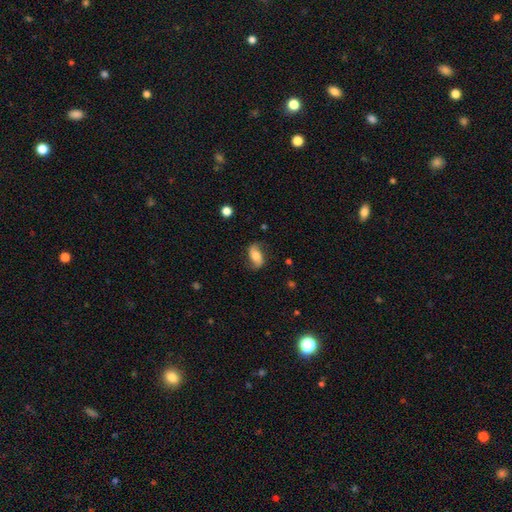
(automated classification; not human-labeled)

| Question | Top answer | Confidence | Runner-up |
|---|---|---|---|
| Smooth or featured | featured or disk | 48% | smooth (44%) |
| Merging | none | 71% | minor disturbance (20%) |